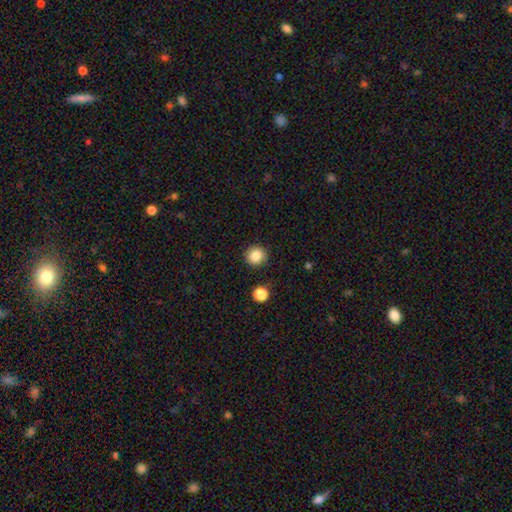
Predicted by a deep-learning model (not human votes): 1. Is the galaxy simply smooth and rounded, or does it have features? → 85% smooth, 10% star or artifact, 5% featured or disk.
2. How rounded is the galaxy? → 94% round, 6% in between, 1% cigar-shaped.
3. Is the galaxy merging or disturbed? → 90% none, 6% minor disturbance, 2% major disturbance, 2% merger.